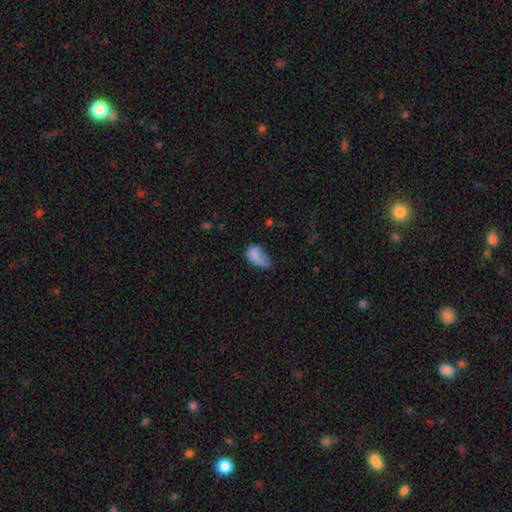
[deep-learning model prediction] smooth 80%, featured or disk 11%, star or artifact 9%. Down the decision tree: how rounded — in between (91%); merging — minor disturbance (38%).